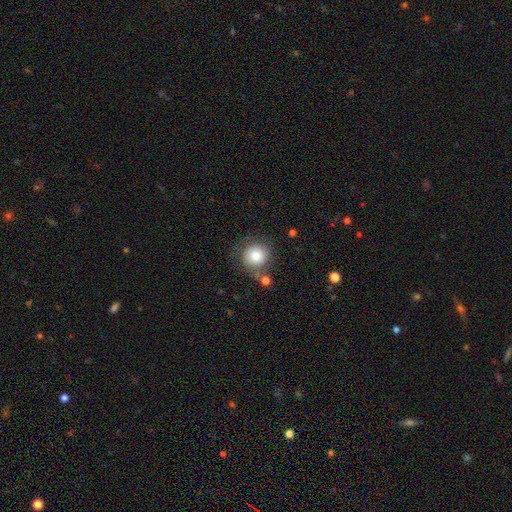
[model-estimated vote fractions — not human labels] A smooth galaxy with no disk features (78%) that is round (88%).

Vote fractions:
- Smooth or featured? smooth: 78% / featured or disk: 14% / star or artifact: 9%
- How rounded? round: 88% / in between: 11% / cigar-shaped: 1%
- Merging? none: 62% / minor disturbance: 19% / major disturbance: 9% / merger: 9%